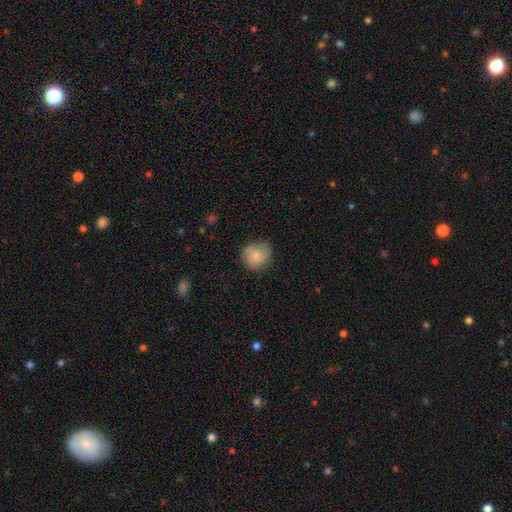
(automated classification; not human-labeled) Overall: smooth (77%). How rounded: round (85%). Merging: none (76%).